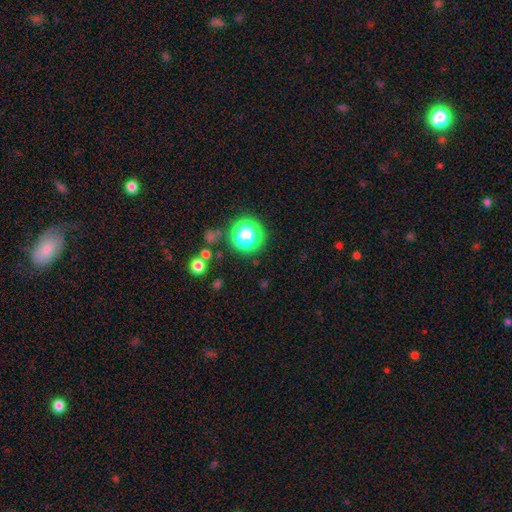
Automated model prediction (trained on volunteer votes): Smooth or featured: star or artifact — 66% (smooth — 27%)